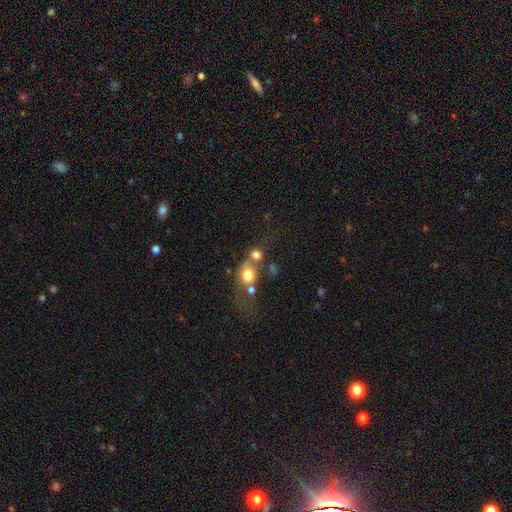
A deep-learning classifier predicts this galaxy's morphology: A smooth galaxy with no disk features (64%) that is round (72%).

Vote fractions:
- Smooth or featured? smooth: 64% / featured or disk: 19% / star or artifact: 17%
- How rounded? round: 72% / in between: 25% / cigar-shaped: 3%
- Merging? merger: 52% / none: 28% / major disturbance: 11% / minor disturbance: 9%